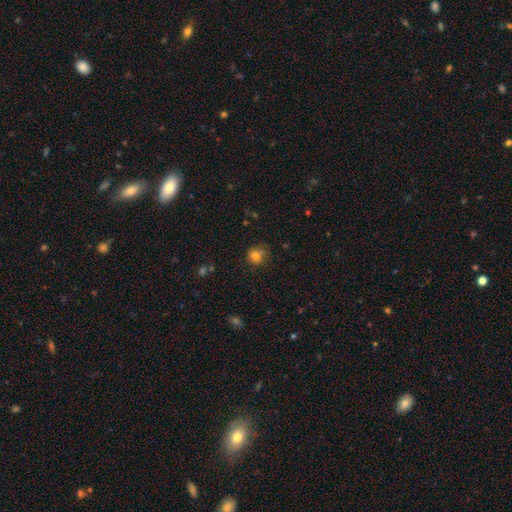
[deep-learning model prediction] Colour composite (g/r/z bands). It shows a smooth galaxy with no disk features (81%) that is round (81%). Merging: none (69%).